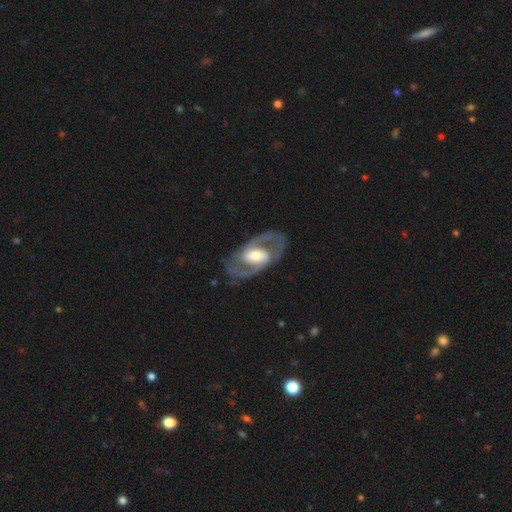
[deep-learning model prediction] Smooth or featured: featured or disk — 87% (smooth — 9%)
Edge-on disk: no — 96% (yes — 4%)
Bar: weak — 41% (strong — 33%)
Spiral arms: yes — 91% (no — 9%)
Spiral winding: medium — 58% (tight — 23%)
Spiral arm count: 2 — 91% (can't tell — 4%)
Bulge size: moderate — 60% (large — 20%)
Merging: none — 80% (minor disturbance — 12%)